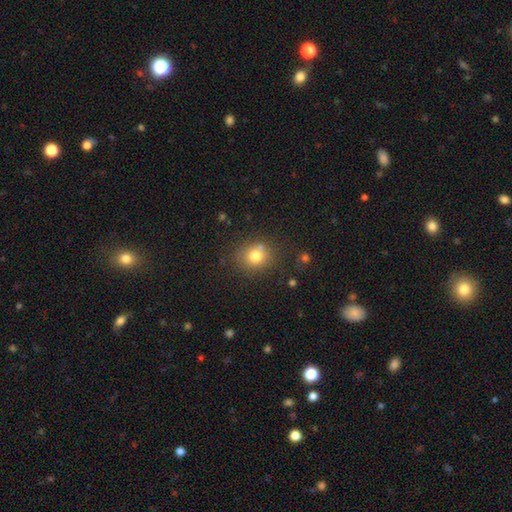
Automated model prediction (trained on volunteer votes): smooth_or_featured: smooth (p=0.78) [alt: star or artifact p=0.13]
how_rounded: round (p=0.79) [alt: in between p=0.20]
merging: none (p=0.74) [alt: minor disturbance p=0.13]